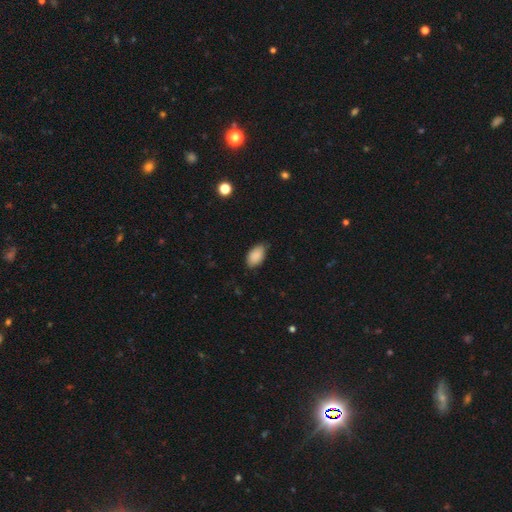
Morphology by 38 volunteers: Smooth or featured? 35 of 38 (92%) said smooth. How rounded? 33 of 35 (94%) said in between. Merging? 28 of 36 (78%) said none.